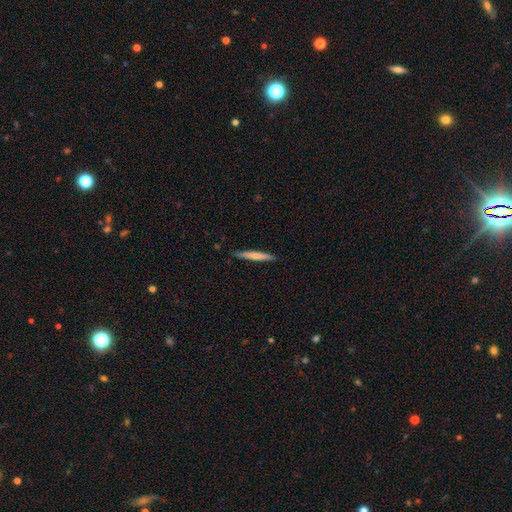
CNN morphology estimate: A smooth galaxy with no disk features (67%) that is cigar-shaped (95%). Merging: none (88%).